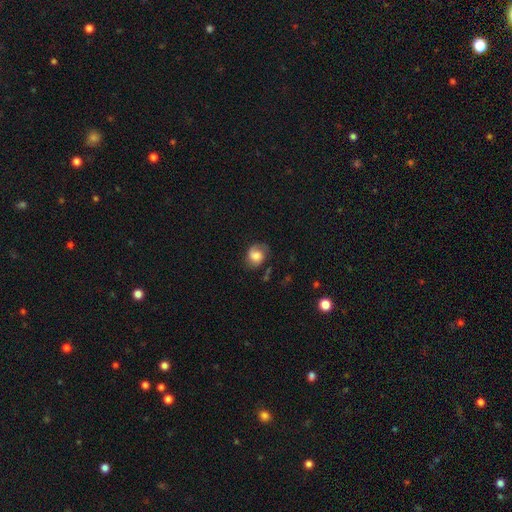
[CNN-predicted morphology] type=smooth (60%); roundness=round (57%); merging=none (60%).